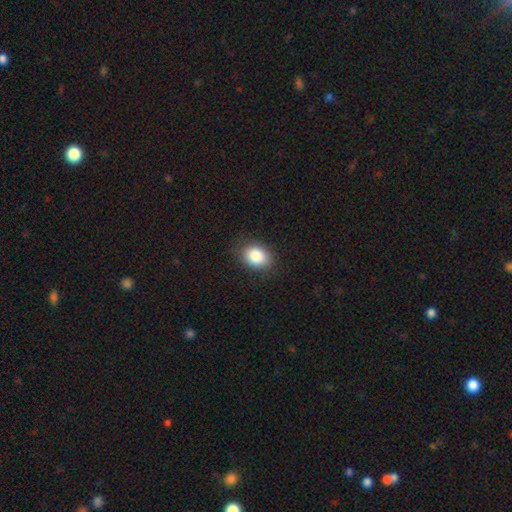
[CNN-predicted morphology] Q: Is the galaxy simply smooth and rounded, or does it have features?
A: smooth — 86%.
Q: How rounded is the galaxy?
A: in between — 68%.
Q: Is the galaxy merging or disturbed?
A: none — 86%.